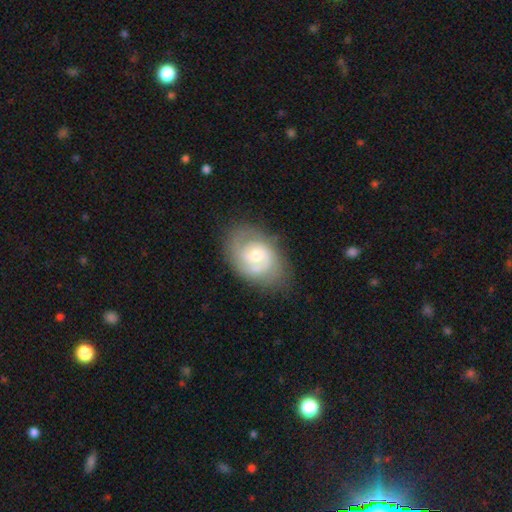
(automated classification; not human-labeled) Overall: featured or disk (72%). Edge-on disk: no (96%). Bar: no (67%; weak 29%). Spiral arms: yes (86%). Spiral arm count: 2 (50%; can't tell 24%). Spiral winding: tight (52%; medium 36%). Bulge size: moderate (55%; small 39%). Merging: none (70%).